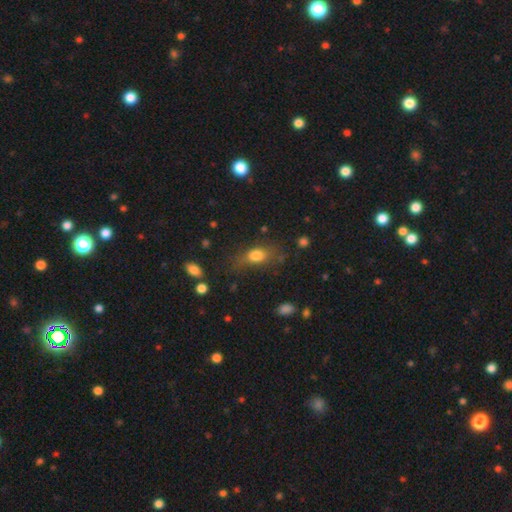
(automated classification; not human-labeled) This is likely a smooth galaxy (77%). How rounded: likely in between (74%). Merging: possibly none (58%).